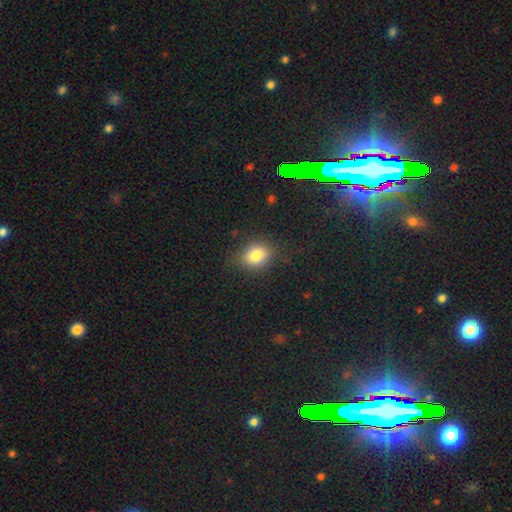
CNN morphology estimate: Smooth or featured? Predicted: smooth (p=0.82). How rounded? Predicted: in between (p=0.54). Merging? Predicted: none (p=0.80).